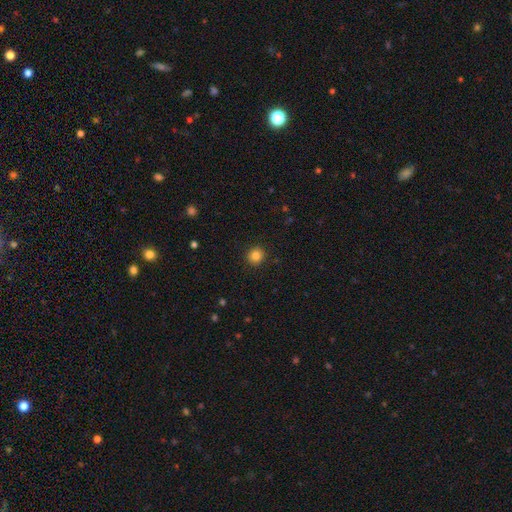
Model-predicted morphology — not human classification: Smooth or featured? smooth (84%)
How rounded? round (91%)
Merging? none (92%)